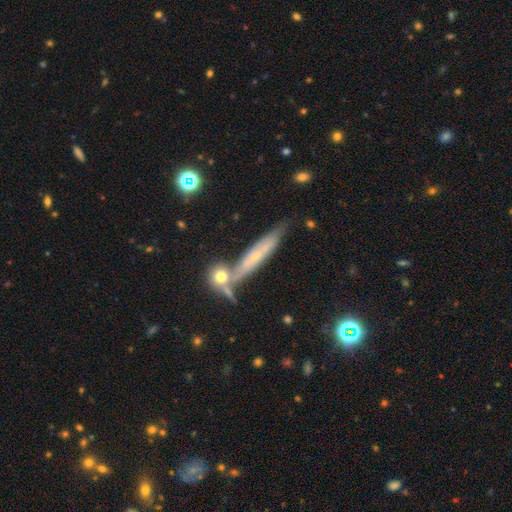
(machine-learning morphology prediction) Overall: featured or disk (48%; smooth 43%). Merging: none (62%).